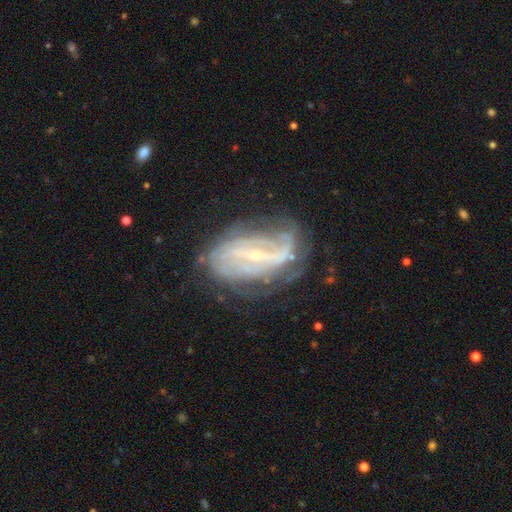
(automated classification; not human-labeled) This appears to be a featured or disk galaxy (84%) with a strong bar (47%), tight (42%) spiral arms (87%) and a small central bulge (78%). Merging: none (60%).